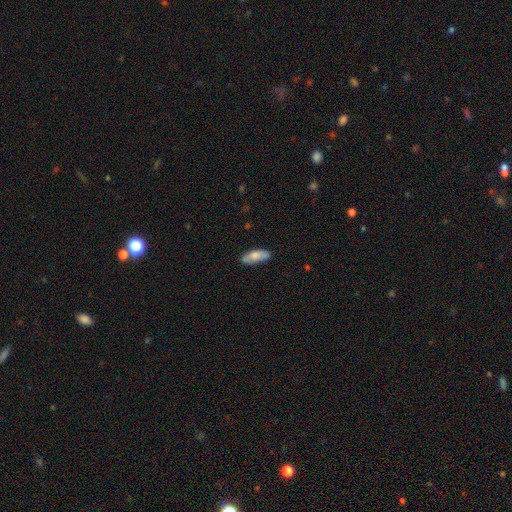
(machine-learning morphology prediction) Smooth or featured?
  - smooth: 74% *
  - featured or disk: 20%
  - star or artifact: 6%
How rounded?
  - in between: 75% *
  - cigar-shaped: 23%
  - round: 2%
Merging?
  - none: 78% *
  - minor disturbance: 17%
  - major disturbance: 3%
  - merger: 2%